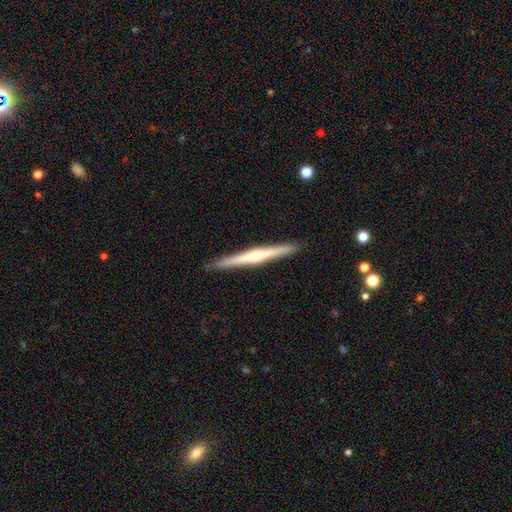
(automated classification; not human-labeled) Smooth or featured?
  - featured or disk: 71% *
  - smooth: 24%
  - star or artifact: 5%
Edge-on disk?
  - yes: 98% *
  - no: 2%
Edge-on bulge?
  - rounded: 76% *
  - none: 15%
  - boxy: 9%
Merging?
  - none: 91% *
  - minor disturbance: 6%
  - major disturbance: 1%
  - merger: 1%